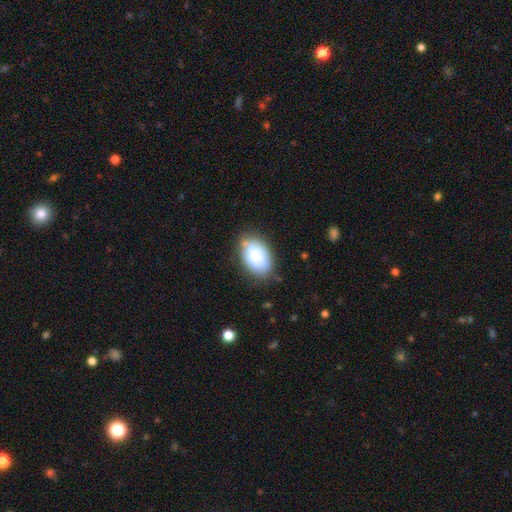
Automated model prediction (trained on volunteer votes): smooth-or-featured: smooth: 70% | featured or disk: 23% | star or artifact: 7%
  how-rounded: in between: 91% | round: 8% | cigar-shaped: 1%
  merging: none: 68% | minor disturbance: 23% | major disturbance: 6% | merger: 3%